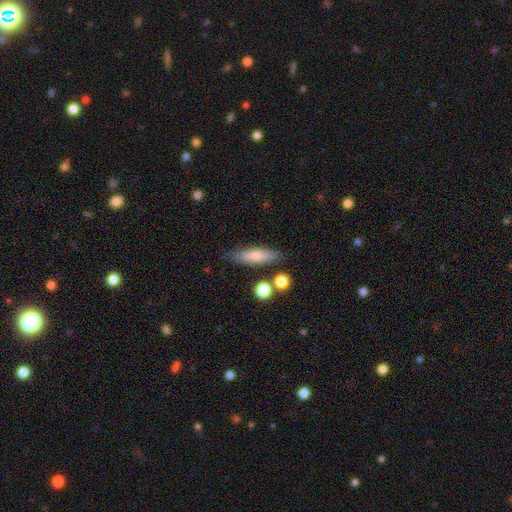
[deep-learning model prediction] smooth_or_featured: smooth (p=0.72) [alt: featured or disk p=0.21]
how_rounded: cigar-shaped (p=0.61) [alt: in between p=0.36]
merging: none (p=0.77) [alt: minor disturbance p=0.13]